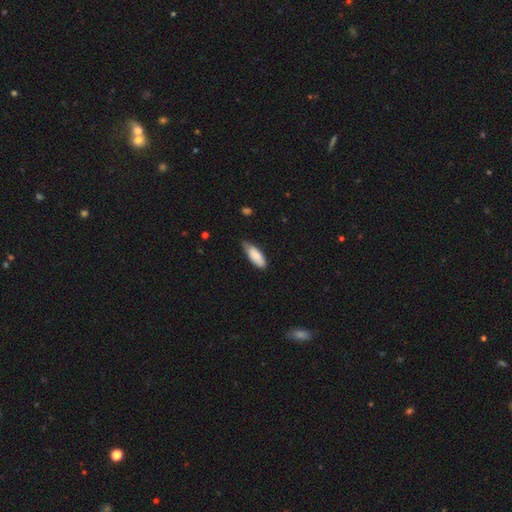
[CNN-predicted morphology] This appears to be a smooth galaxy with no disk features (85%) that is in between round and cigar-shaped (70%). Merging: none (56%).